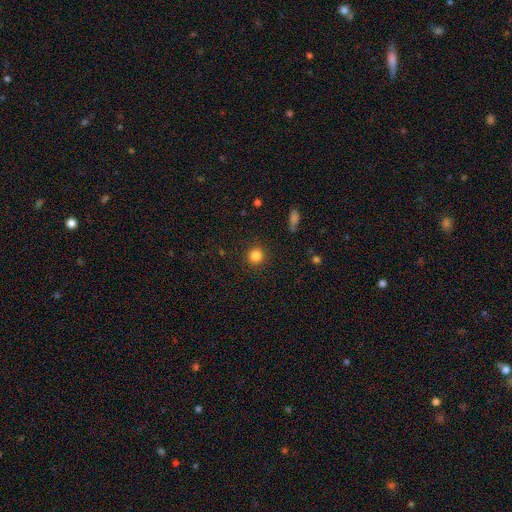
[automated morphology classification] A smooth galaxy with no disk features (84%) that is round (94%). Merging: none (90%).